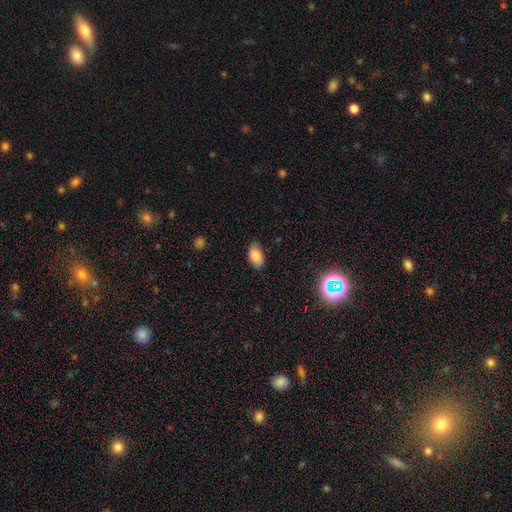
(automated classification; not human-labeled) Smooth or featured?
  - smooth: 84% *
  - star or artifact: 9%
  - featured or disk: 8%
How rounded?
  - in between: 93% *
  - round: 5%
  - cigar-shaped: 2%
Merging?
  - none: 82% *
  - minor disturbance: 14%
  - major disturbance: 3%
  - merger: 1%